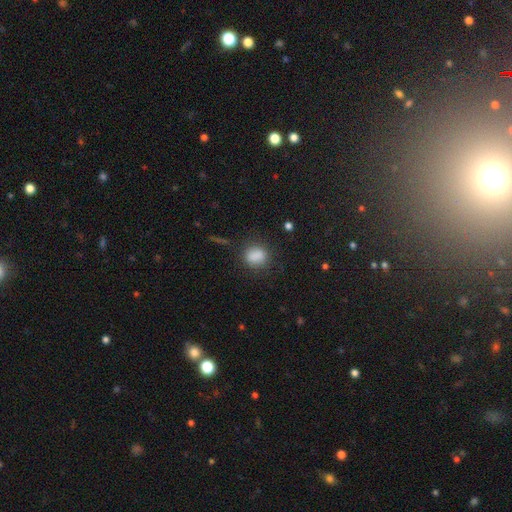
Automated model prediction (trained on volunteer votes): This is clearly a smooth galaxy (85%). How rounded: possibly round (54%). Merging: likely none (78%).